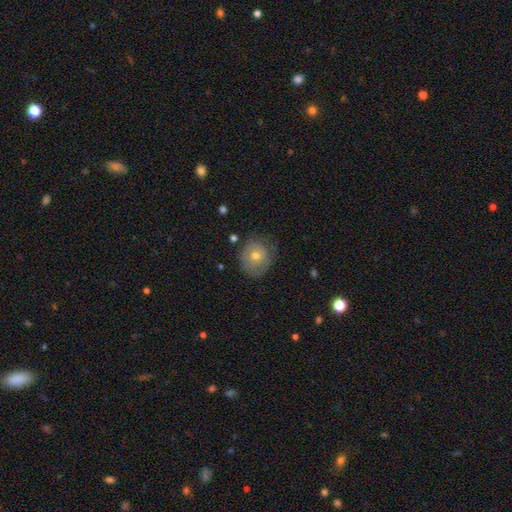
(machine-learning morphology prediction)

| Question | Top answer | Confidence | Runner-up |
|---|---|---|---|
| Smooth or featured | smooth | 54% | featured or disk (37%) |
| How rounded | round | 81% | in between (18%) |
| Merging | none | 70% | minor disturbance (21%) |